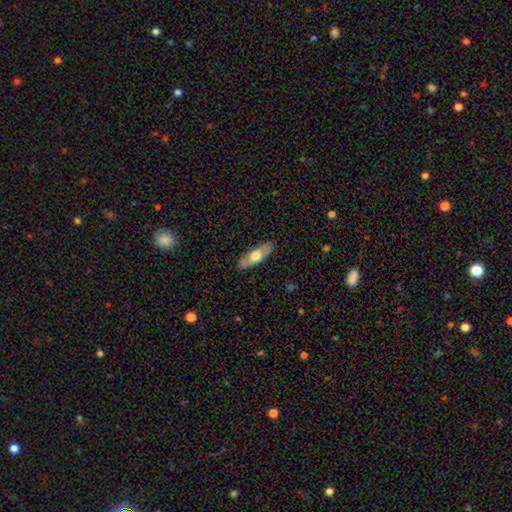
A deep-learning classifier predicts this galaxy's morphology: Overall: smooth (57%; featured or disk 38%). How rounded: in between (61%; cigar-shaped 36%). Merging: none (85%).